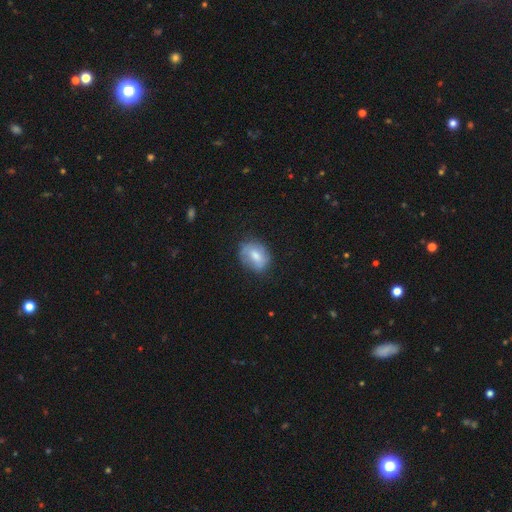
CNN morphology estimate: This is likely a smooth galaxy (62%). How rounded: likely in between (61%). Merging: likely none (64%).